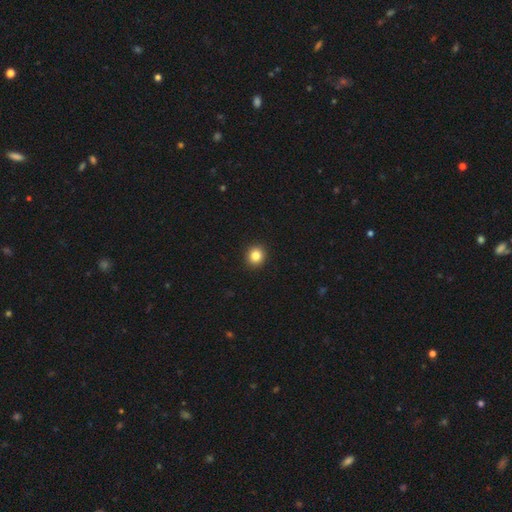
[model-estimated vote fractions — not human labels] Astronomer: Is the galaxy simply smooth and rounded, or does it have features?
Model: smooth — 84%.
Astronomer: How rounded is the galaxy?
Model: round — 89%.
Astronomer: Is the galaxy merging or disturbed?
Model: none — 93%.